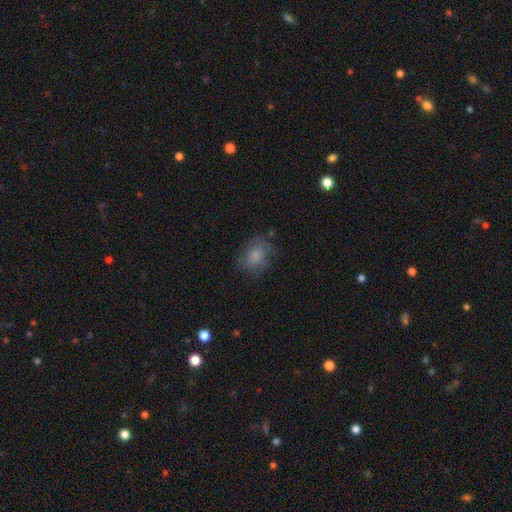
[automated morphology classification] Smooth or featured? smooth (75%)
How rounded? in between (61%)
Merging? none (65%)